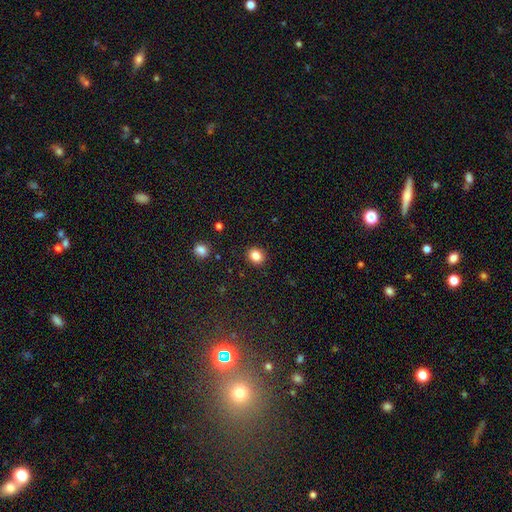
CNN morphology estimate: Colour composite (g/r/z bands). It shows a smooth galaxy with no disk features (85%) that is round (64%). Merging: none (90%).